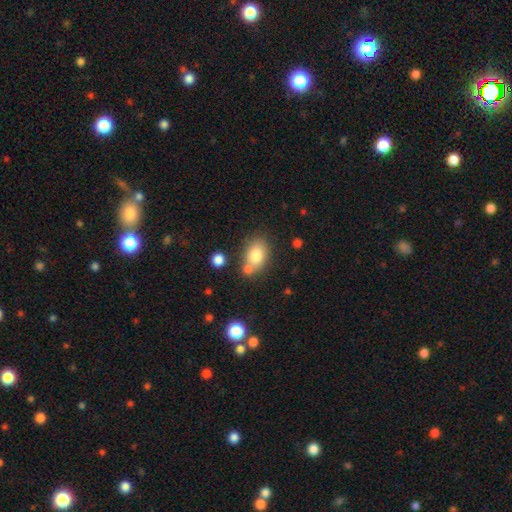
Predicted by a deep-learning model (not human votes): Smooth or featured? smooth (78%)
How rounded? in between (76%)
Merging? none (59%)